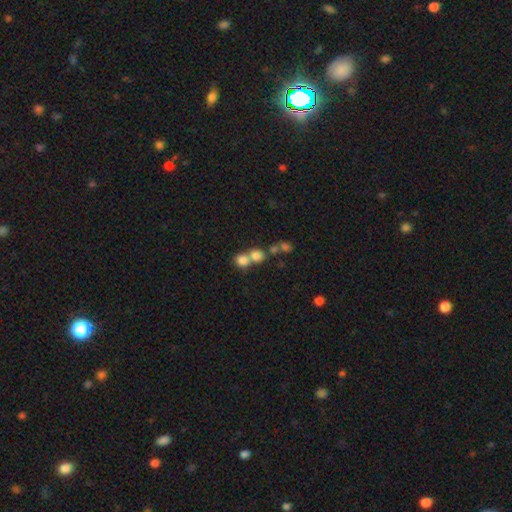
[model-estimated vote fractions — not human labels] Smooth or featured? smooth (76%)
How rounded? round (79%)
Merging? merger (57%)